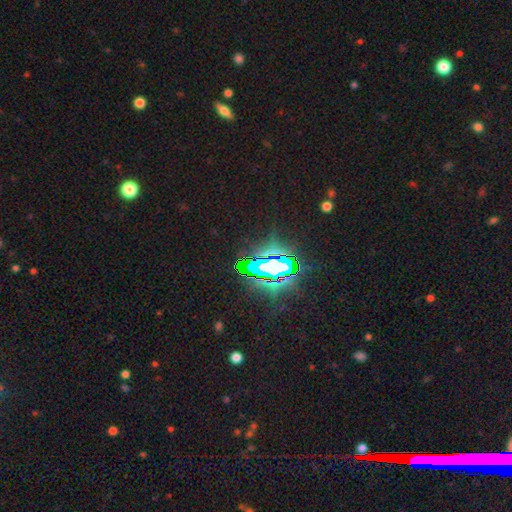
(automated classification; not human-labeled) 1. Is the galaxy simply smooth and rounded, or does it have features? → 78% star or artifact, 12% smooth, 10% featured or disk.